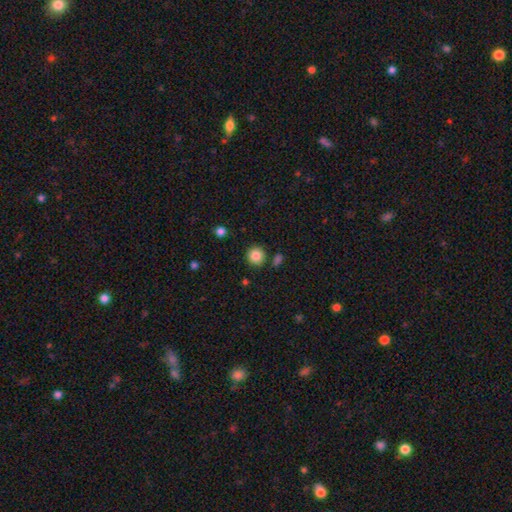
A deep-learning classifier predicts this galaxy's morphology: smooth-or-featured: smooth: 86% | star or artifact: 10% | featured or disk: 5%
  how-rounded: round: 92% | in between: 7% | cigar-shaped: 1%
  merging: none: 85% | minor disturbance: 8% | merger: 4% | major disturbance: 3%